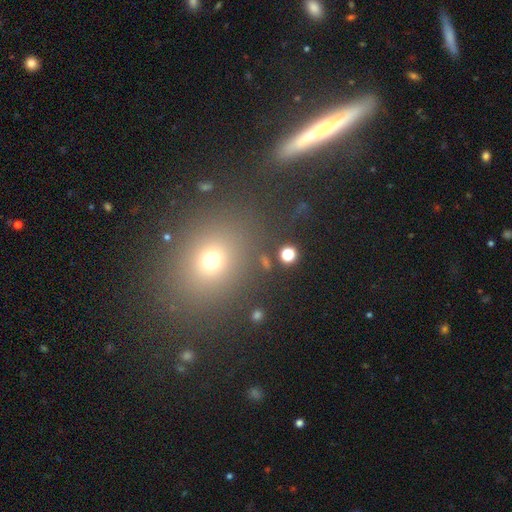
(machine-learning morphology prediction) The model was most divided on "smooth or featured": smooth: 60%, star or artifact: 25%, featured or disk: 15%. More confident: merging — none (84%); how rounded — round (66%).